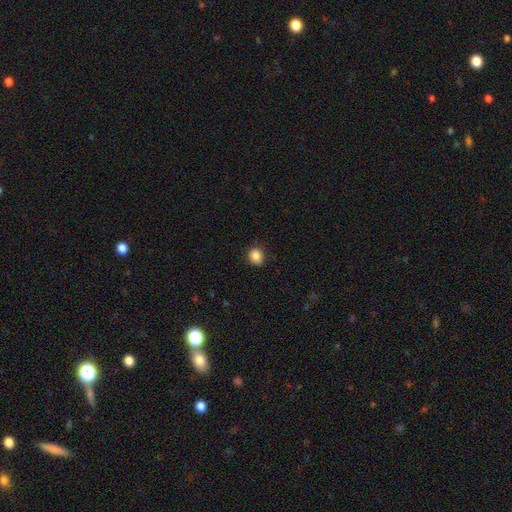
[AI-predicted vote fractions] Smooth or featured? smooth (87%)
How rounded? round (73%)
Merging? none (84%)